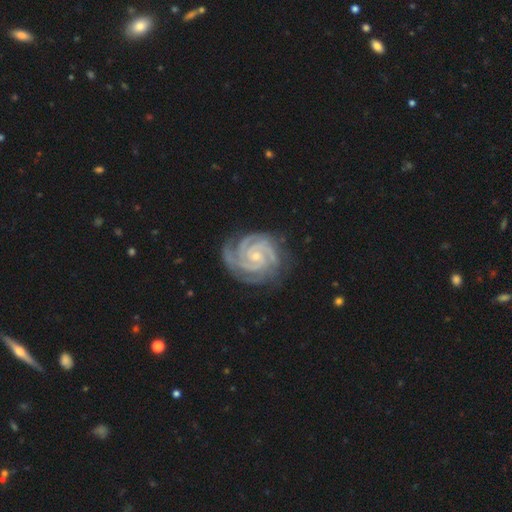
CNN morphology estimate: A featured or disk galaxy (93%) with no bar (65%), 3 (40%) tight (82%) spiral arms (99%) and a small central bulge (76%). Merging: none (78%).